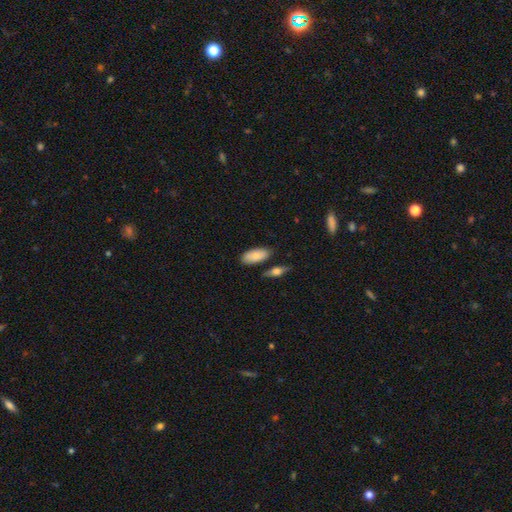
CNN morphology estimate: This is clearly a smooth galaxy (83%). How rounded: clearly in between (88%). Merging: likely none (78%).